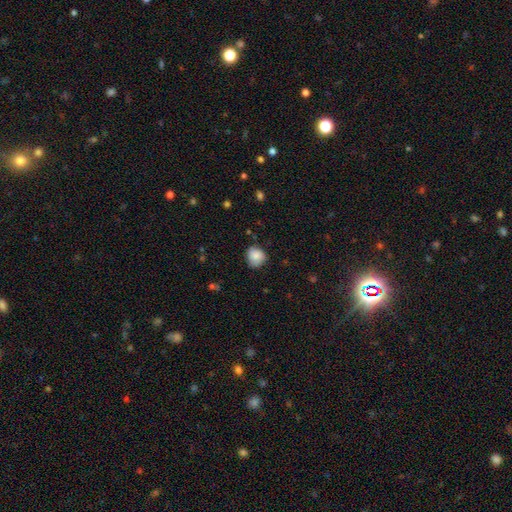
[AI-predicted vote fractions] Morphology: type=smooth (83%); roundness=round (82%); merging=none (71%).